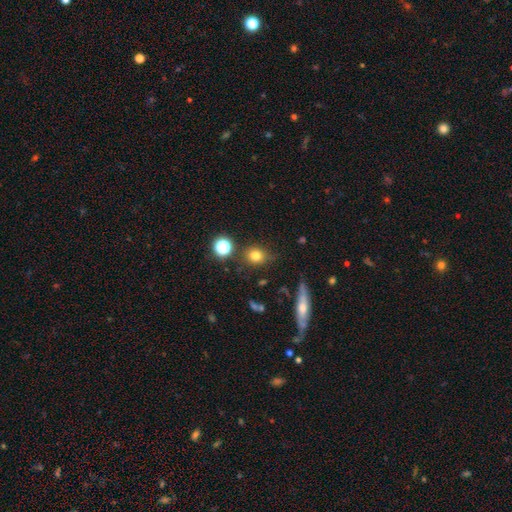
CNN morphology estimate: Overall: smooth (77%). How rounded: round (71%). Merging: none (78%).